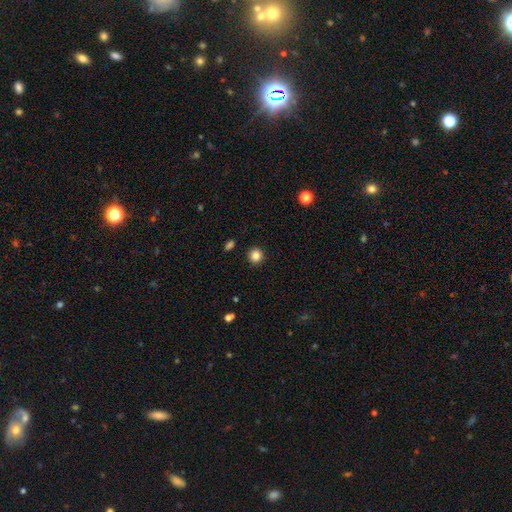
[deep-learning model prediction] Smooth or featured? Predicted: smooth (p=0.85). How rounded? Predicted: round (p=0.93). Merging? Predicted: none (p=0.92).